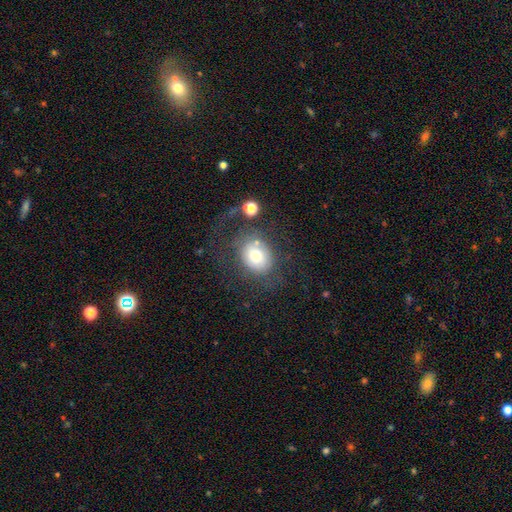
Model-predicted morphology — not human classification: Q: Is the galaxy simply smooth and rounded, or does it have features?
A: smooth — 66%.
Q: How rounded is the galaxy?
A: in between — 58%.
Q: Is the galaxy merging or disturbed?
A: none — 52%.